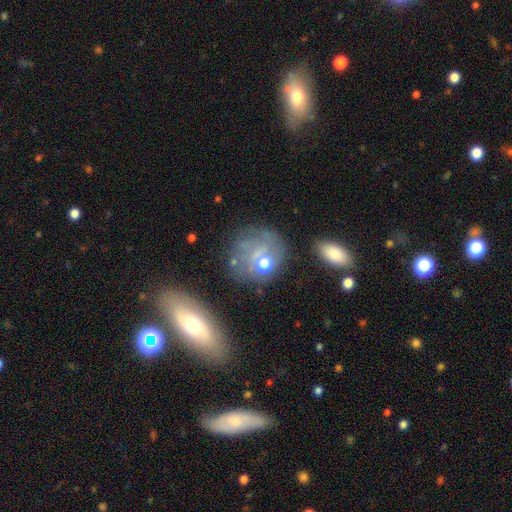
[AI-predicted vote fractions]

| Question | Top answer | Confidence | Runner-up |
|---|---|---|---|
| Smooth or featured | smooth | 45% | featured or disk (38%) |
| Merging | none | 59% | minor disturbance (19%) |